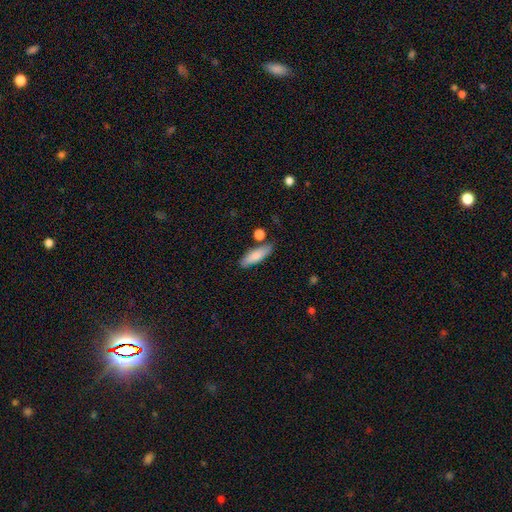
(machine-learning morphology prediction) This appears to be a smooth galaxy with no disk features (81%) that is in between round and cigar-shaped (51%). Merging: none (77%).